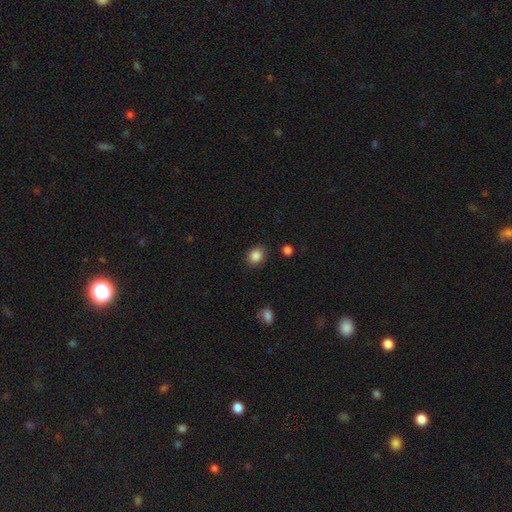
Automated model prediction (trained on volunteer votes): A smooth galaxy with no disk features (86%) that is round (61%). Merging: none (86%).